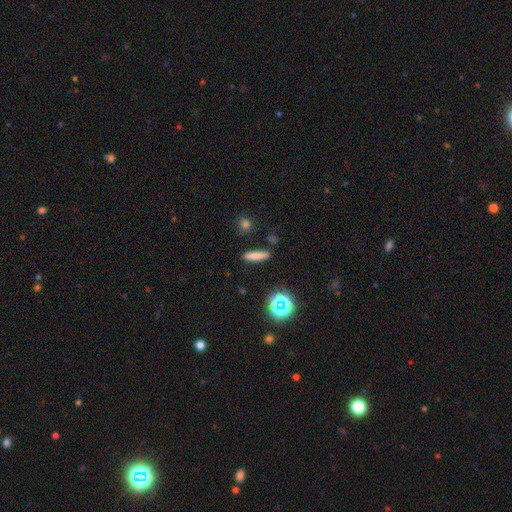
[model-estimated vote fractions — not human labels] Smooth or featured?
  - smooth: 75% *
  - star or artifact: 14%
  - featured or disk: 11%
How rounded?
  - cigar-shaped: 80% *
  - in between: 16%
  - round: 4%
Merging?
  - none: 87% *
  - minor disturbance: 8%
  - merger: 3%
  - major disturbance: 2%